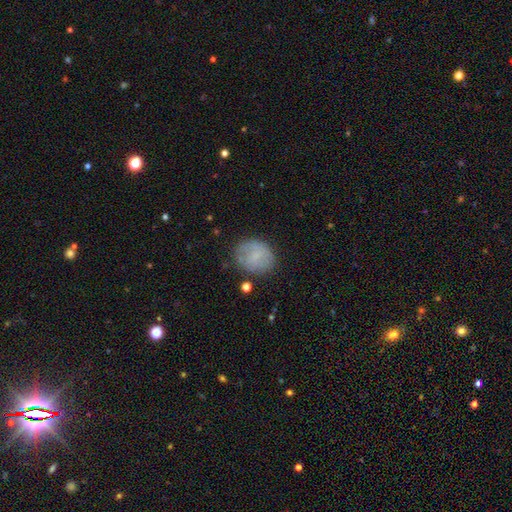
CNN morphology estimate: A smooth galaxy with no disk features (67%) that is round (62%). Merging: none (70%).